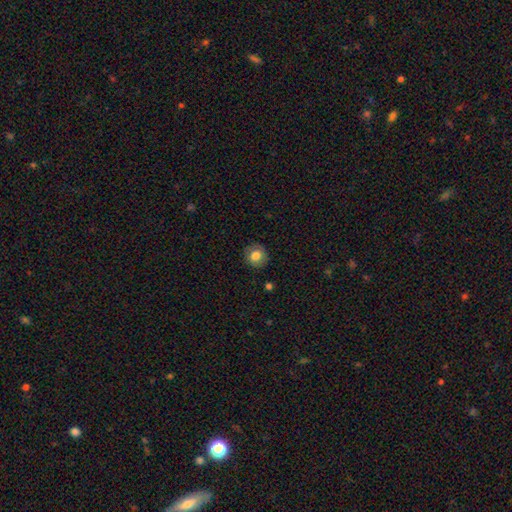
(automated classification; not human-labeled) Q: Smooth or featured?
A: smooth (81%); runner-up: featured or disk (10%)
Q: How rounded?
A: round (89%); runner-up: in between (10%)
Q: Merging?
A: none (89%); runner-up: minor disturbance (8%)